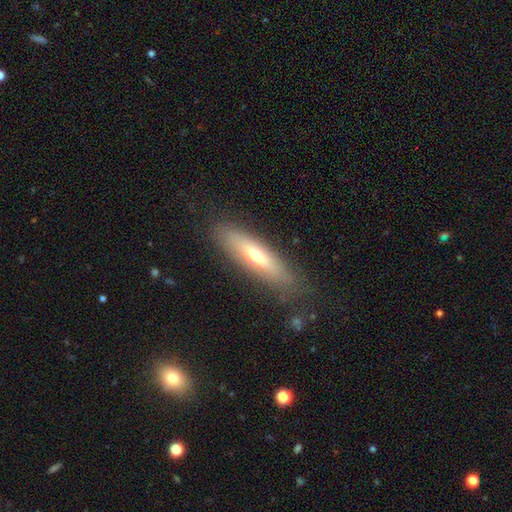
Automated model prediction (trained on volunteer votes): smooth-or-featured: smooth: 53% | featured or disk: 40% | star or artifact: 7%
  how-rounded: cigar-shaped: 68% | in between: 30% | round: 2%
  merging: none: 82% | minor disturbance: 12% | major disturbance: 4% | merger: 2%